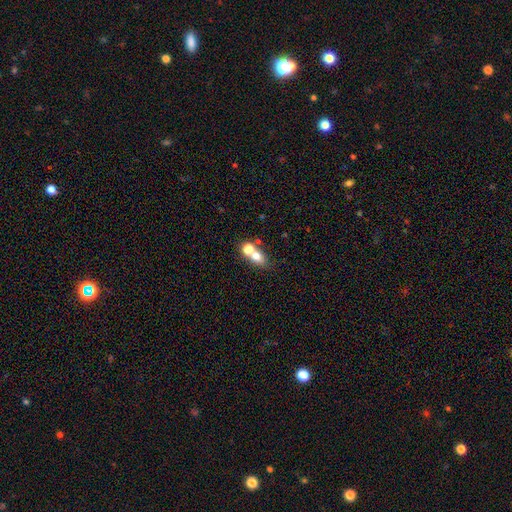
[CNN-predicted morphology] type=smooth (68%); roundness=in between (54%); merging=merger (49%).